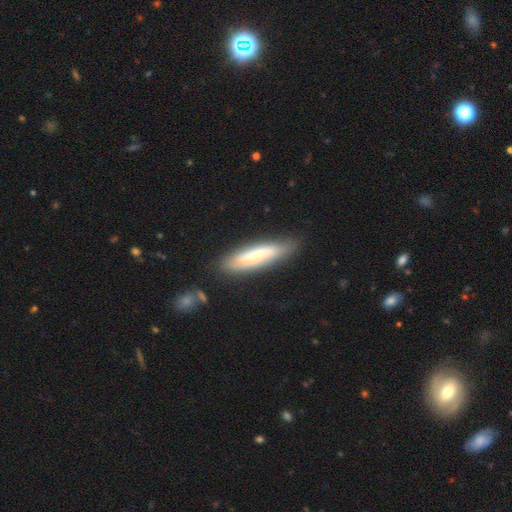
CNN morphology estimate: Smooth or featured? Predicted: smooth (p=0.61). How rounded? Predicted: cigar-shaped (p=0.77). Merging? Predicted: none (p=0.76).